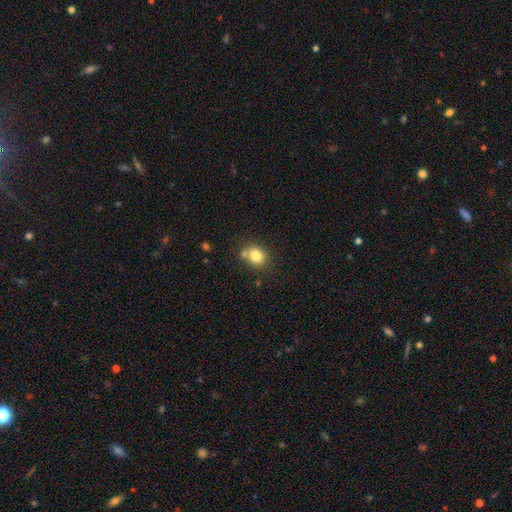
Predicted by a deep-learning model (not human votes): smooth-or-featured: smooth: 80% | star or artifact: 11% | featured or disk: 9%
  how-rounded: round: 70% | in between: 29% | cigar-shaped: 1%
  merging: none: 64% | merger: 20% | minor disturbance: 13% | major disturbance: 4%